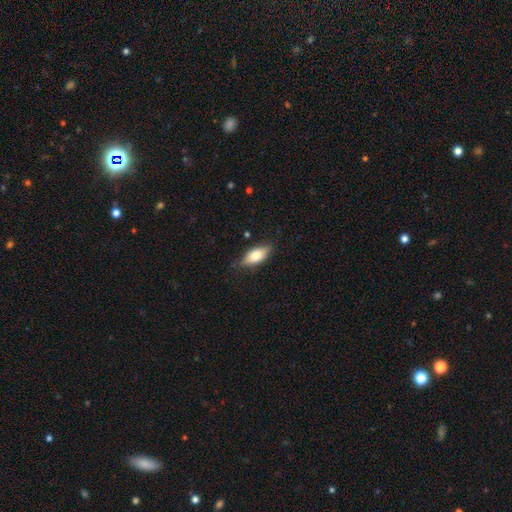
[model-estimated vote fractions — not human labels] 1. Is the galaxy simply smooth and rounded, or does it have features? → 72% smooth, 22% featured or disk, 6% star or artifact.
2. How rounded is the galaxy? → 83% in between, 14% cigar-shaped, 3% round.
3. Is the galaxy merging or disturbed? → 79% none, 17% minor disturbance, 3% major disturbance, 1% merger.